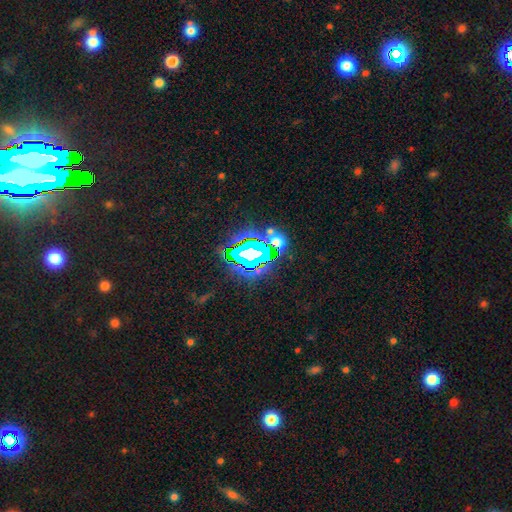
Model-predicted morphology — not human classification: Smooth or featured: star or artifact — 68% (smooth — 17%)